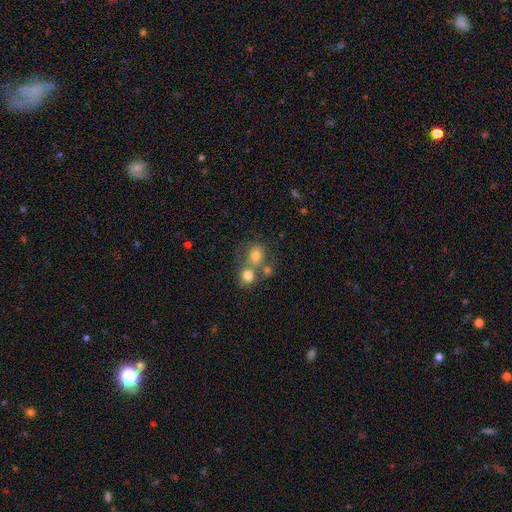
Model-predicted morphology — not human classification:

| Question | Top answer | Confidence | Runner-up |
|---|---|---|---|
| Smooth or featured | smooth | 75% | featured or disk (13%) |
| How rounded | round | 75% | in between (24%) |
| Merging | none | 44% | merger (43%) |